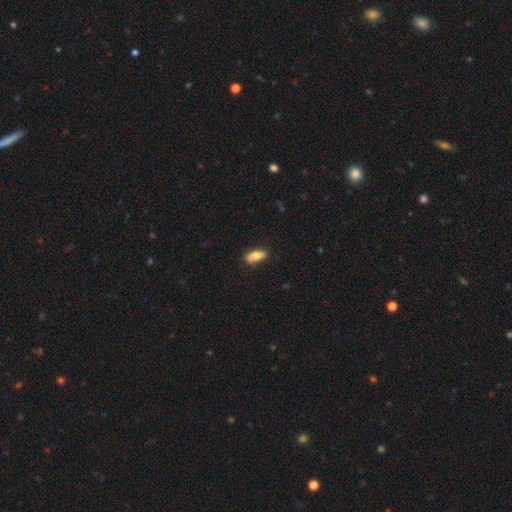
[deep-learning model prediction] smooth 79%, featured or disk 14%, star or artifact 7%. Down the decision tree: how rounded — in between (69%); merging — none (75%).